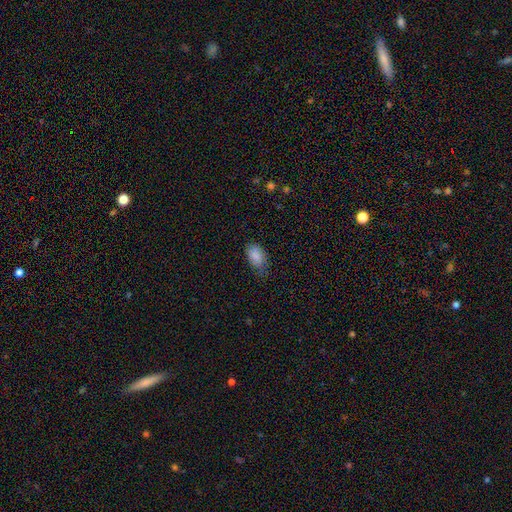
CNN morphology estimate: Smooth or featured? Predicted: smooth (p=0.86). How rounded? Predicted: in between (p=0.91). Merging? Predicted: none (p=0.58).